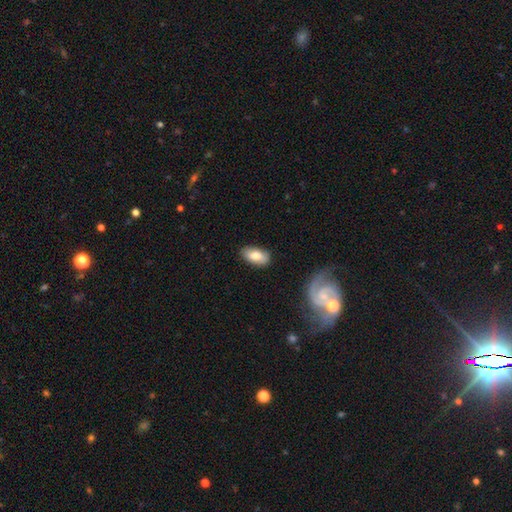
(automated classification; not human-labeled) This is likely a smooth galaxy (78%). How rounded: clearly in between (92%). Merging: clearly none (83%).